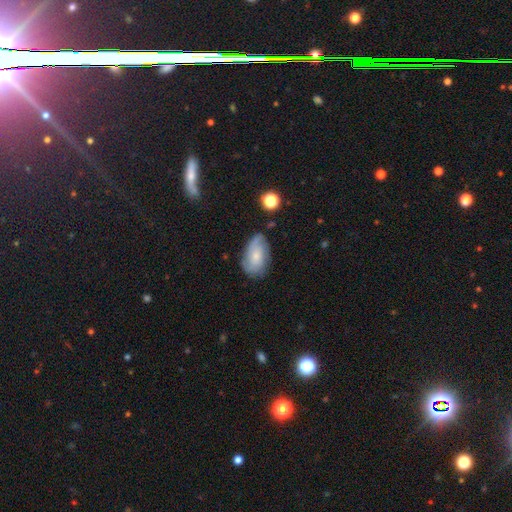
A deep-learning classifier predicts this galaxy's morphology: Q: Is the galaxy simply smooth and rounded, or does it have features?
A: smooth — 49%.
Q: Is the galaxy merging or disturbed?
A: none — 64%.